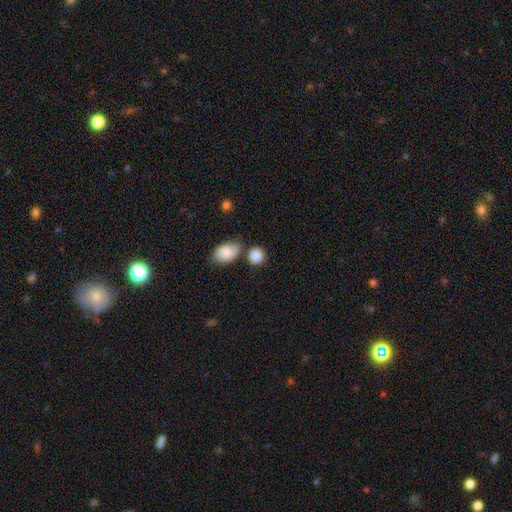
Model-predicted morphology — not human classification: smooth-or-featured: smooth: 87% | star or artifact: 8% | featured or disk: 5%
  how-rounded: round: 80% | in between: 19% | cigar-shaped: 1%
  merging: none: 68% | merger: 17% | minor disturbance: 12% | major disturbance: 4%